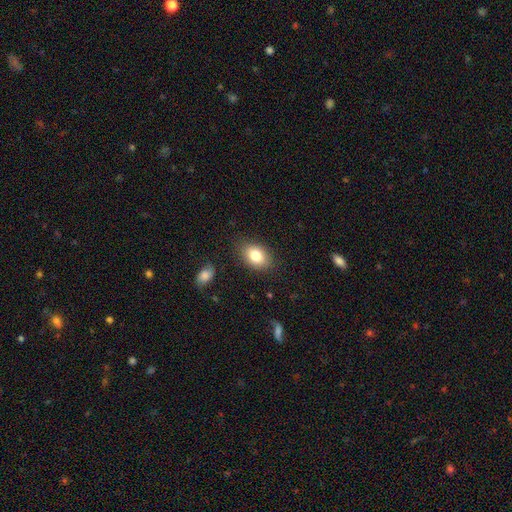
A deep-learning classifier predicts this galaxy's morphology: Smooth or featured?
  - smooth: 82% *
  - featured or disk: 10%
  - star or artifact: 8%
How rounded?
  - in between: 82% *
  - round: 17%
  - cigar-shaped: 1%
Merging?
  - none: 84% *
  - minor disturbance: 11%
  - major disturbance: 3%
  - merger: 2%